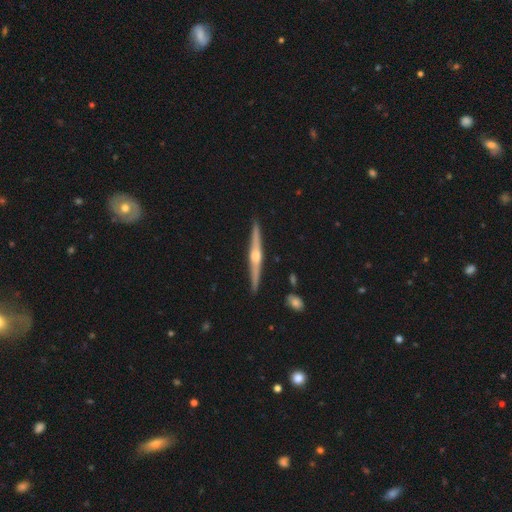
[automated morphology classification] Overall: featured or disk (84%). Edge-on disk: yes (98%). Edge-on bulge: rounded (91%). Merging: none (92%).